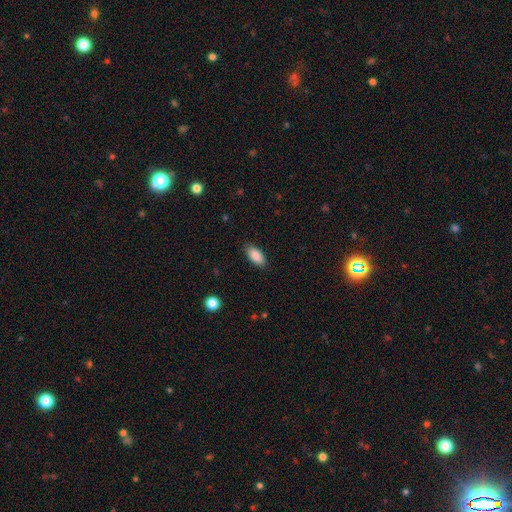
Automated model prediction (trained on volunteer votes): A smooth galaxy with no disk features (89%) that is in between round and cigar-shaped (91%).

Vote fractions:
- Smooth or featured? smooth: 89% / star or artifact: 7% / featured or disk: 4%
- How rounded? in between: 91% / cigar-shaped: 7% / round: 2%
- Merging? none: 86% / minor disturbance: 11% / major disturbance: 2% / merger: 1%